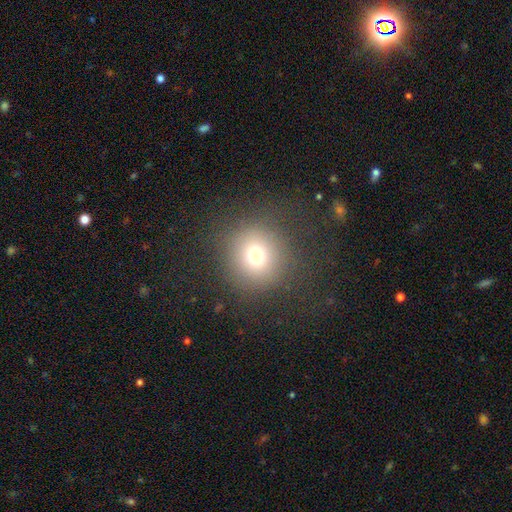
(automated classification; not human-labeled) A smooth galaxy with no disk features (71%) that is round (92%). Merging: none (85%).